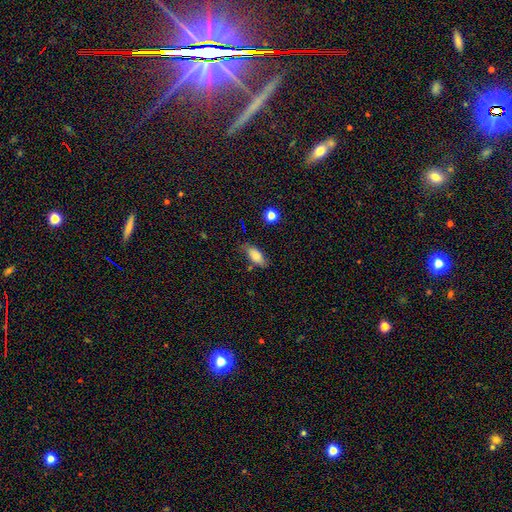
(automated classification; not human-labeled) Smooth or featured? smooth (81%)
How rounded? in between (84%)
Merging? none (69%)